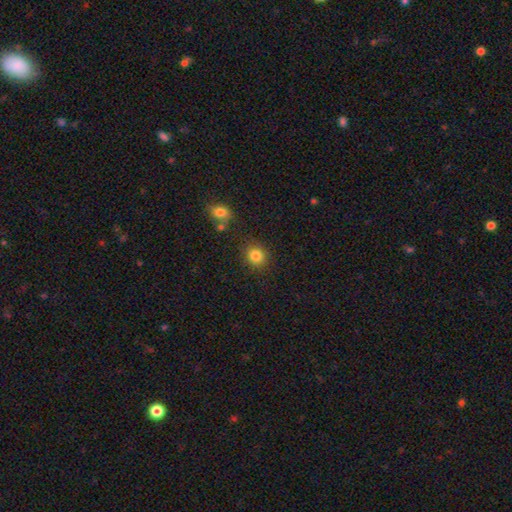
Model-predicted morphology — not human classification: A smooth galaxy with no disk features (83%) that is round (80%). Merging: none (84%).